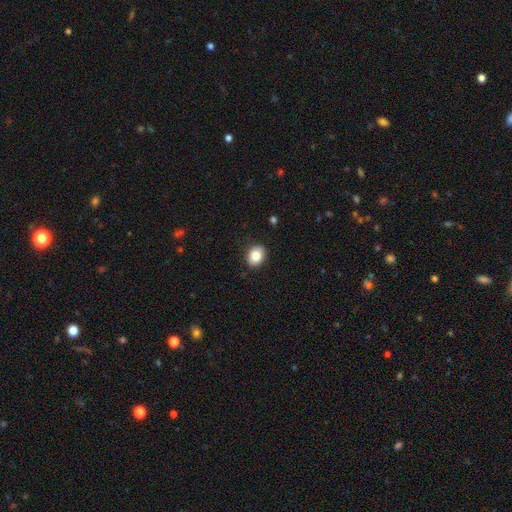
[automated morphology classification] Smooth or featured: smooth — 86% (star or artifact — 8%)
How rounded: in between — 54% (round — 45%)
Merging: none — 88% (minor disturbance — 9%)